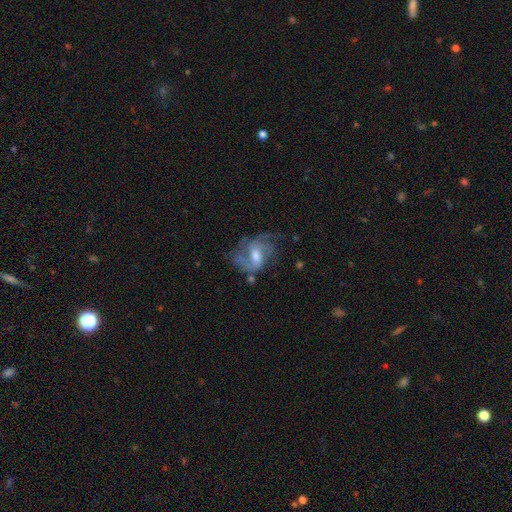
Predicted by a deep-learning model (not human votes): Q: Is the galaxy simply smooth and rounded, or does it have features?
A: featured or disk — 78%.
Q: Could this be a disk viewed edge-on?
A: no — 97%.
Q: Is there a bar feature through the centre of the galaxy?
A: weak — 47%.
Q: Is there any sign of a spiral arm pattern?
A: yes — 87%.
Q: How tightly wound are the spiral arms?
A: medium — 47%.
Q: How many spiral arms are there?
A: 2 — 32%.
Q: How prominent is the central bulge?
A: moderate — 62%.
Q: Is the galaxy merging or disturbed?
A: none — 49%.